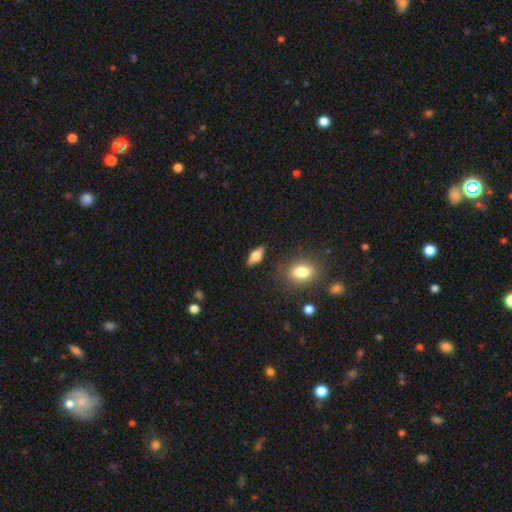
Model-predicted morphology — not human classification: Smooth or featured?
  - smooth: 60% *
  - featured or disk: 33%
  - star or artifact: 8%
How rounded?
  - in between: 75% *
  - cigar-shaped: 20%
  - round: 5%
Merging?
  - none: 82% *
  - minor disturbance: 12%
  - major disturbance: 3%
  - merger: 3%